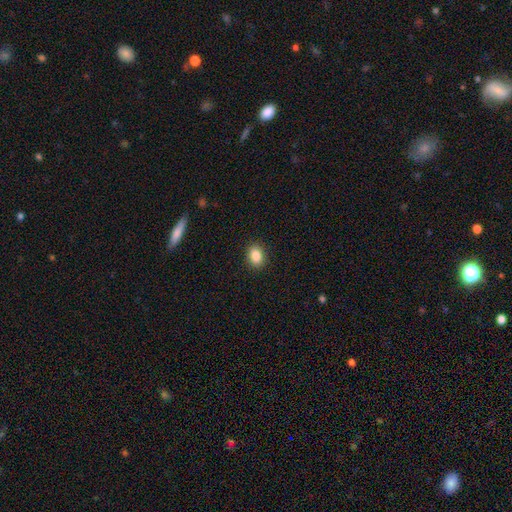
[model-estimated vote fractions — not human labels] A smooth galaxy with no disk features (87%) that is in between round and cigar-shaped (72%).

Vote fractions:
- Smooth or featured? smooth: 87% / star or artifact: 9% / featured or disk: 5%
- How rounded? in between: 72% / round: 27% / cigar-shaped: 1%
- Merging? none: 90% / minor disturbance: 7% / major disturbance: 2% / merger: 1%